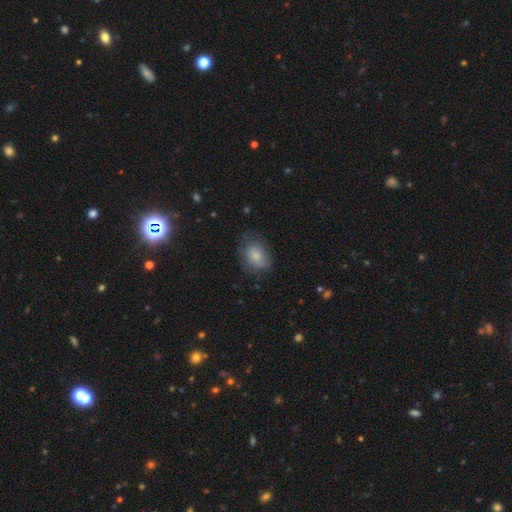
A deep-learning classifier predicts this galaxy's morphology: A smooth galaxy with no disk features (80%) that is in between round and cigar-shaped (67%).

Vote fractions:
- Smooth or featured? smooth: 80% / featured or disk: 13% / star or artifact: 8%
- How rounded? in between: 67% / round: 32% / cigar-shaped: 1%
- Merging? none: 65% / minor disturbance: 25% / major disturbance: 9% / merger: 1%